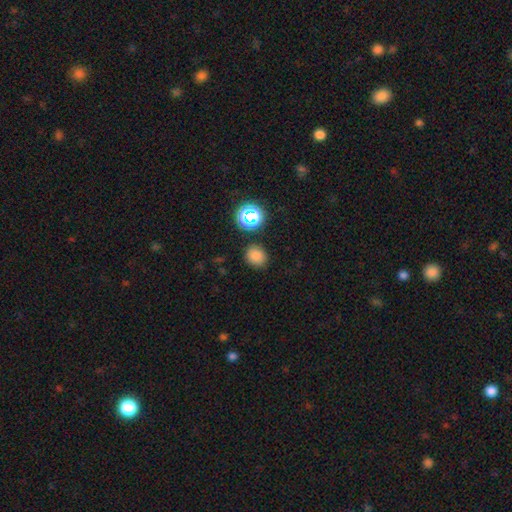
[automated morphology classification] Smooth or featured? smooth (77%)
How rounded? round (75%)
Merging? none (84%)